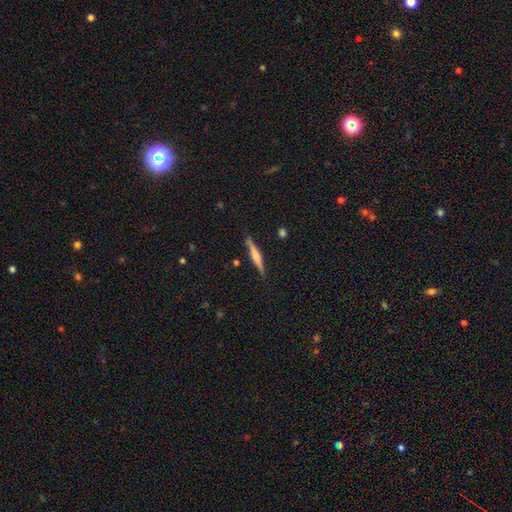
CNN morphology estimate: Smooth or featured? Predicted: featured or disk (p=0.53). Edge-on disk? Predicted: yes (p=0.97). Edge-on bulge? Predicted: rounded (p=0.56). Merging? Predicted: none (p=0.88).